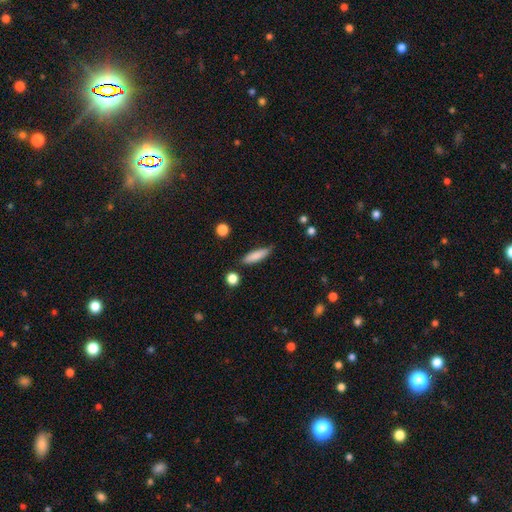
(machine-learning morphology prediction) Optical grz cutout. It shows a smooth galaxy with no disk features (83%) that is cigar-shaped (64%). Merging: none (76%).